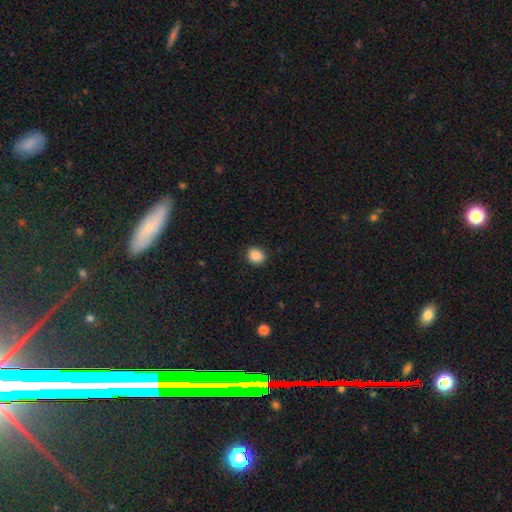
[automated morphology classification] smooth-or-featured: smooth: 89% | star or artifact: 9% | featured or disk: 2%
  how-rounded: round: 64% | in between: 35% | cigar-shaped: 1%
  merging: none: 89% | minor disturbance: 8% | major disturbance: 2% | merger: 1%